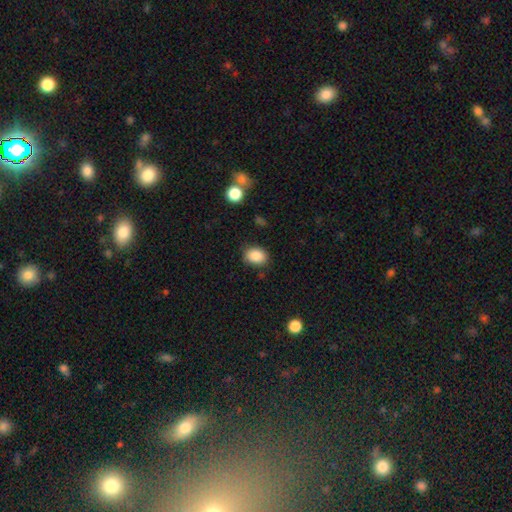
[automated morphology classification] smooth_or_featured: smooth (p=0.87) [alt: star or artifact p=0.09]
how_rounded: in between (p=0.60) [alt: round p=0.39]
merging: none (p=0.81) [alt: minor disturbance p=0.14]